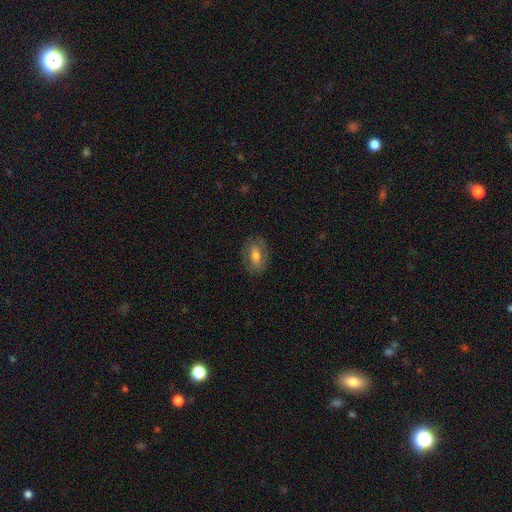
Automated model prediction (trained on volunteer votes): Smooth or featured: smooth — 66% (featured or disk — 27%)
How rounded: in between — 84% (round — 14%)
Merging: none — 81% (minor disturbance — 13%)